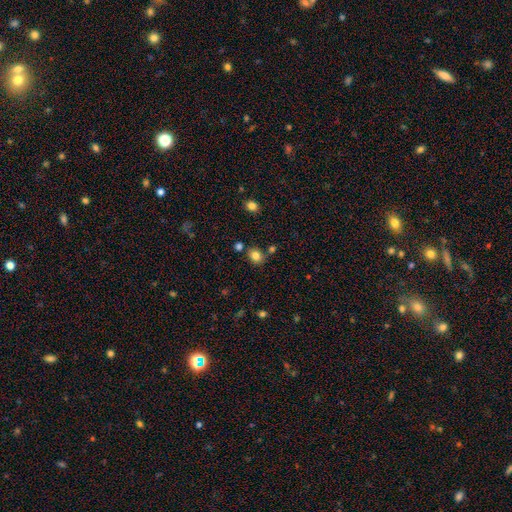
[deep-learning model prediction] Smooth or featured? Predicted: smooth (p=0.81). How rounded? Predicted: round (p=0.62). Merging? Predicted: none (p=0.75).